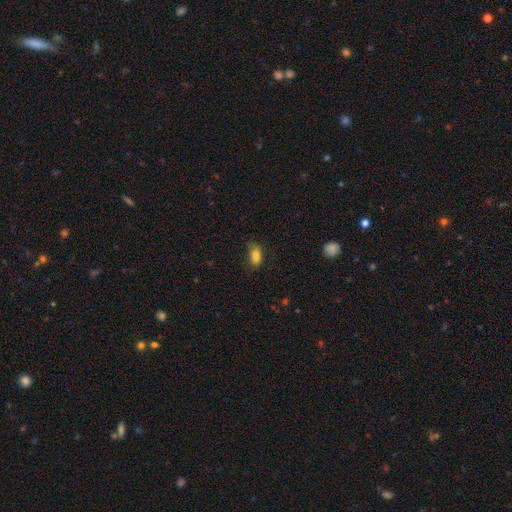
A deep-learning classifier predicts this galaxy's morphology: Overall: smooth (84%). How rounded: in between (88%). Merging: none (65%; minor disturbance 25%).